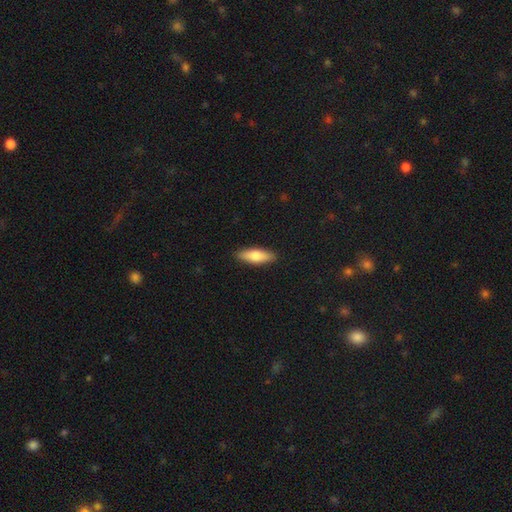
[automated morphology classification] The model was most divided on "how rounded": in between: 51%, cigar-shaped: 47%, round: 2%. More confident: merging — none (90%); smooth or featured — smooth (73%).